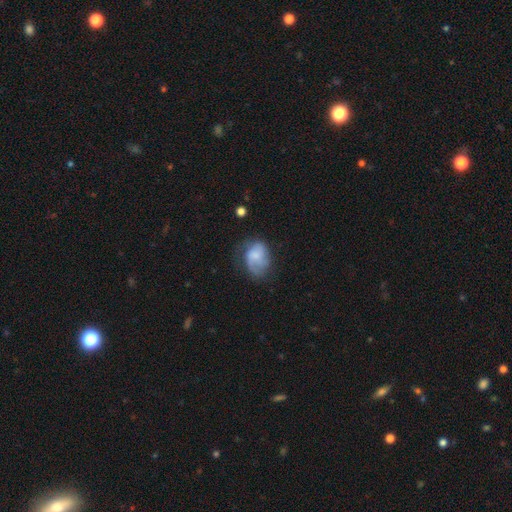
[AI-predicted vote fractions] A smooth galaxy with no disk features (57%) that is in between round and cigar-shaped (67%). Merging: none (40%).